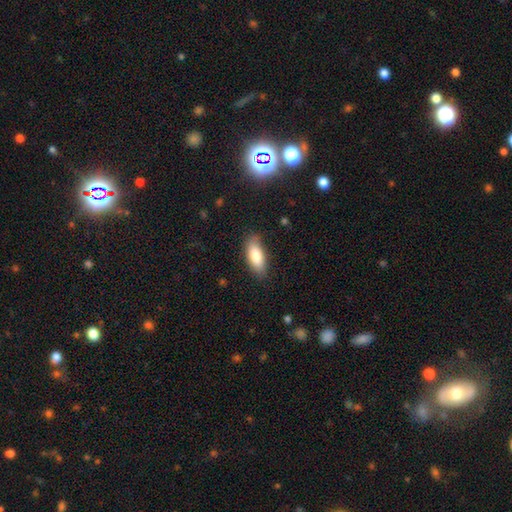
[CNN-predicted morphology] This is clearly a smooth galaxy (83%). How rounded: likely in between (79%). Merging: clearly none (81%).